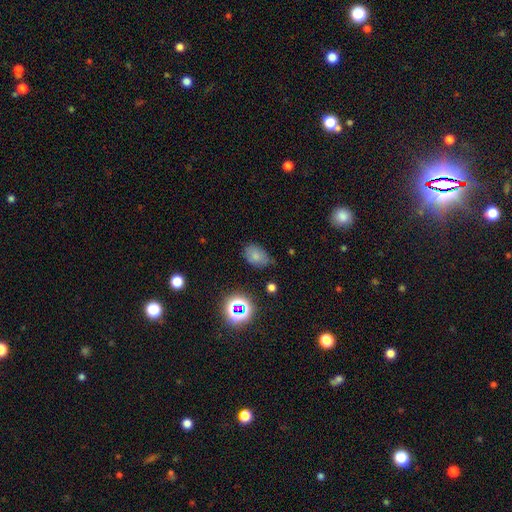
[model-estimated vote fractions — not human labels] Smooth or featured? smooth (72%)
How rounded? in between (80%)
Merging? none (63%)